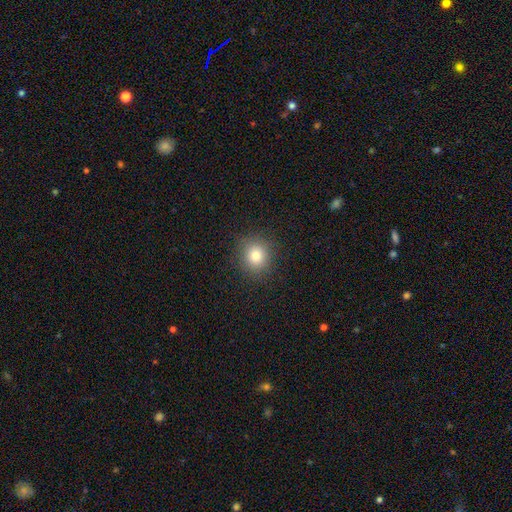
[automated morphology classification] The model was most divided on "smooth or featured": smooth: 81%, star or artifact: 12%, featured or disk: 7%. More confident: merging — none (89%); how rounded — round (86%).